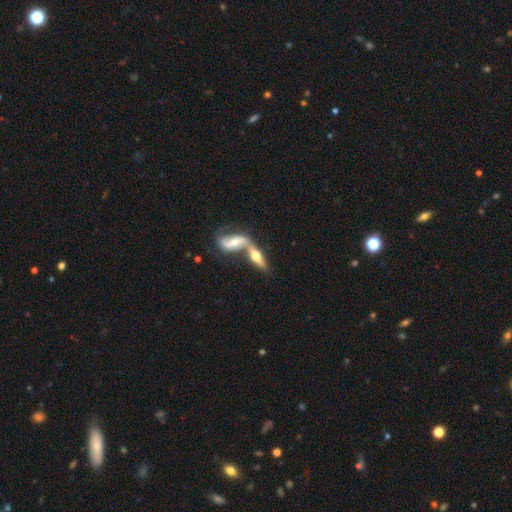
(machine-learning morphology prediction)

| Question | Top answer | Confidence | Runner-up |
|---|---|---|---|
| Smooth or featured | featured or disk | 62% | smooth (32%) |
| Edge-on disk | yes | 51% | no (49%) |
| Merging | merger | 60% | none (28%) |